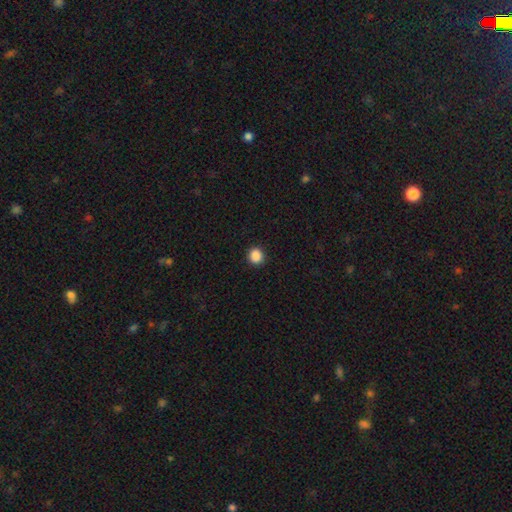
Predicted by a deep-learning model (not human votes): smooth-or-featured: smooth: 88% | star or artifact: 9% | featured or disk: 2%
  how-rounded: round: 88% | in between: 11% | cigar-shaped: 1%
  merging: none: 93% | minor disturbance: 5% | major disturbance: 2% | merger: 1%